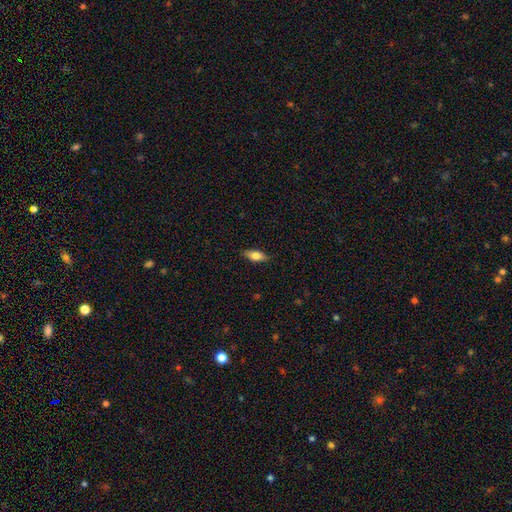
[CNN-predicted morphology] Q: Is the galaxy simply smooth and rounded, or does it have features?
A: smooth — 75%.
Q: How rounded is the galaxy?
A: in between — 78%.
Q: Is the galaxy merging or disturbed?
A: none — 86%.